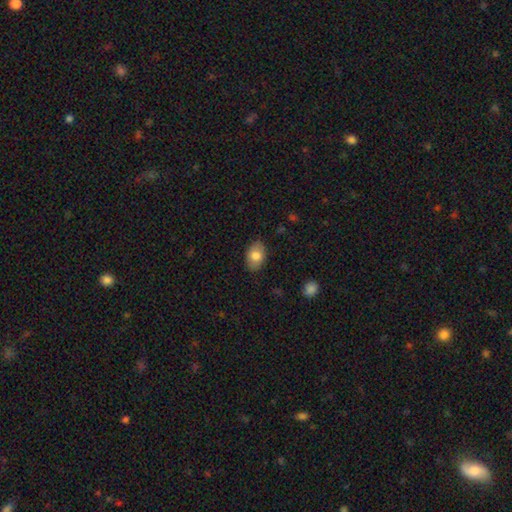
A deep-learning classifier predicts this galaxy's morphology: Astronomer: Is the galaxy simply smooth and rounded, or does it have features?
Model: smooth — 80%.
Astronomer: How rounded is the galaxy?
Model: in between — 84%.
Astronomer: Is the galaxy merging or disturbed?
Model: none — 86%.